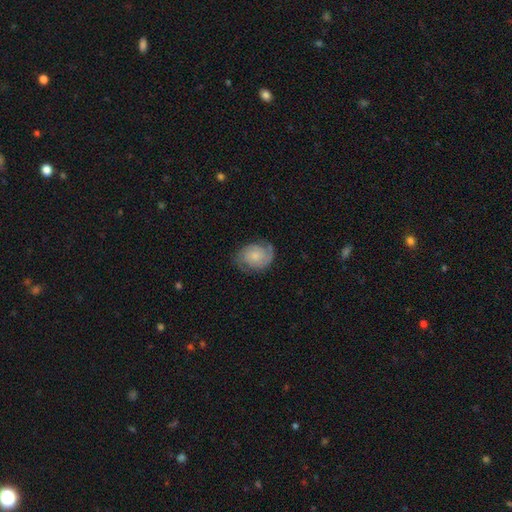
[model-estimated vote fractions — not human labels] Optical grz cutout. It shows a featured or disk galaxy (67%) with no bar (75%), 2 (75%) tight (48%) spiral arms (93%) and a small central bulge (54%). Merging: none (72%).